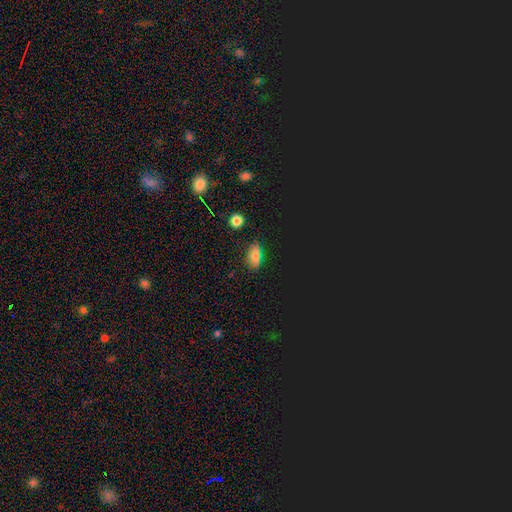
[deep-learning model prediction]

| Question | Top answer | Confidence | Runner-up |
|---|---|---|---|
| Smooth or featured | smooth | 62% | star or artifact (29%) |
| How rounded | in between | 80% | round (14%) |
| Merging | none | 78% | minor disturbance (15%) |